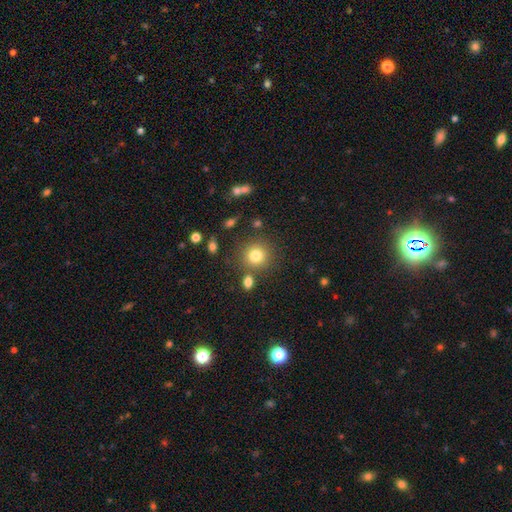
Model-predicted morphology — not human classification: Smooth or featured? Predicted: smooth (p=0.80). How rounded? Predicted: round (p=0.90). Merging? Predicted: none (p=0.79).